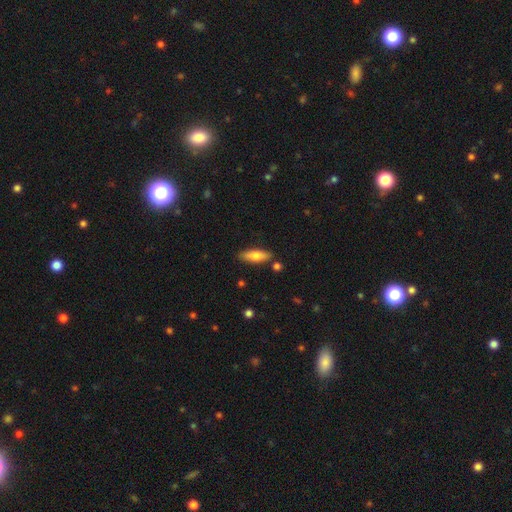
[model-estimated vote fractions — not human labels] Morphology: type=smooth (72%); roundness=in between (49%); merging=none (84%).